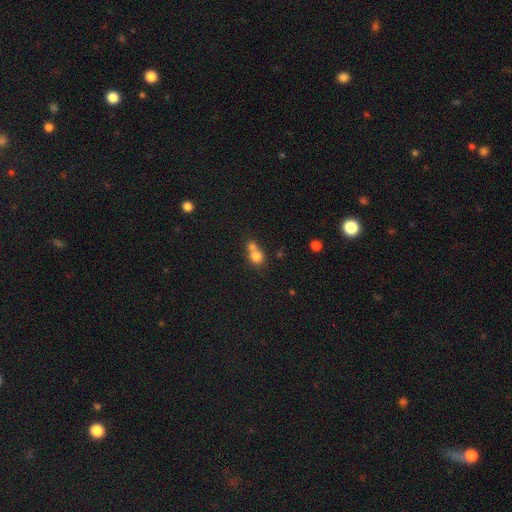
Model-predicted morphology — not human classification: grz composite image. It shows a smooth galaxy with no disk features (78%) that is round (78%). Merging: merger (56%).